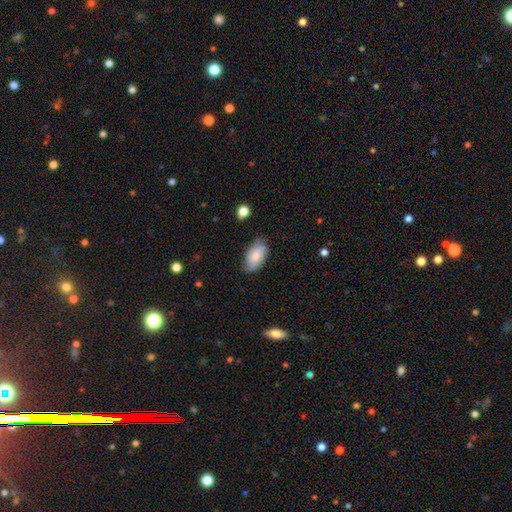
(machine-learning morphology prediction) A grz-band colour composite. It shows a smooth galaxy with no disk features (65%) that is in between round and cigar-shaped (93%). Merging: none (66%).